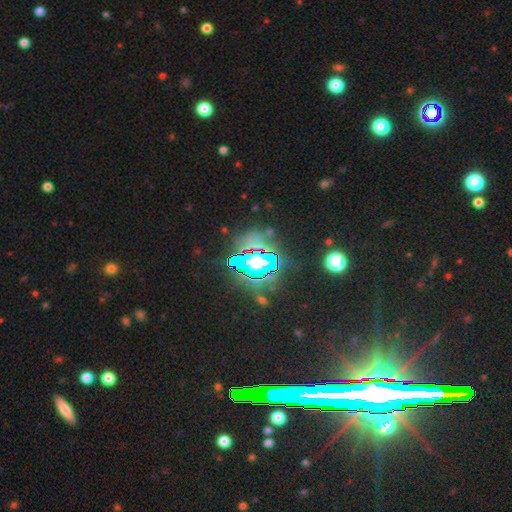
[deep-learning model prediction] Overall: star or artifact (82%).